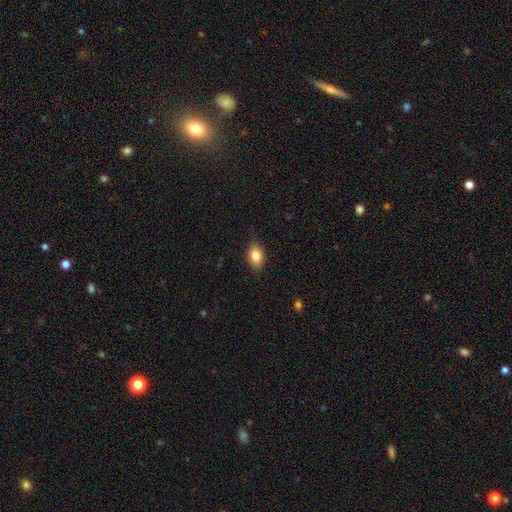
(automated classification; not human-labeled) Q: Smooth or featured?
A: smooth (83%); runner-up: featured or disk (9%)
Q: How rounded?
A: in between (82%); runner-up: round (17%)
Q: Merging?
A: none (83%); runner-up: minor disturbance (14%)